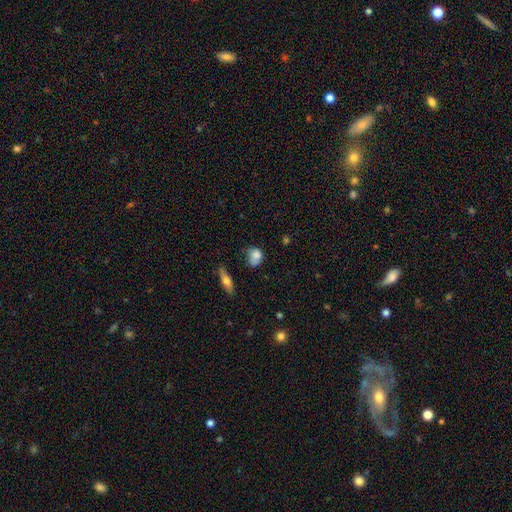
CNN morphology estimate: Smooth or featured?
  - smooth: 78% *
  - featured or disk: 14%
  - star or artifact: 9%
How rounded?
  - in between: 50% *
  - round: 47%
  - cigar-shaped: 3%
Merging?
  - none: 42% *
  - minor disturbance: 36%
  - major disturbance: 16%
  - merger: 6%